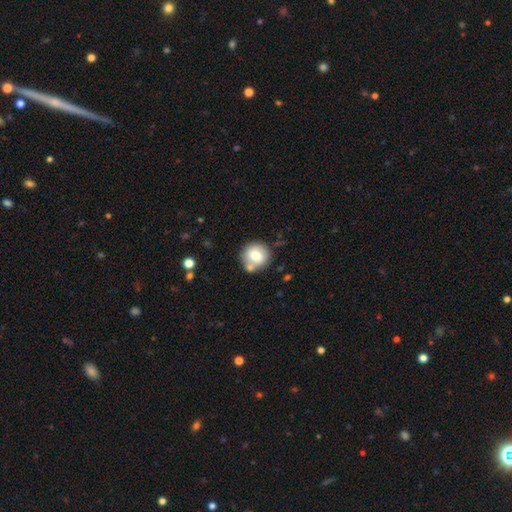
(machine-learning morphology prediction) Overall: smooth (76%). How rounded: round (91%). Merging: none (69%).